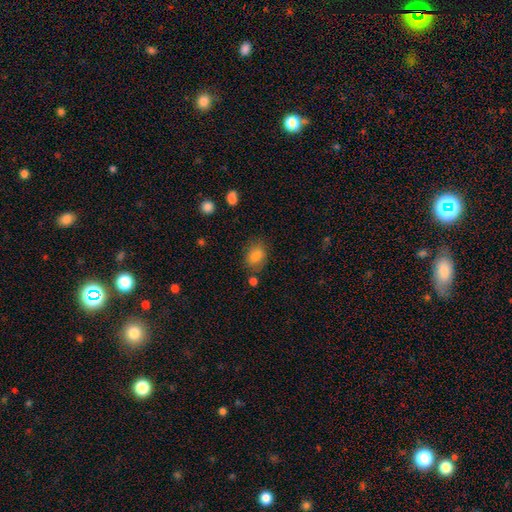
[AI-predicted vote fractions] Overall: smooth (84%). How rounded: in between (69%; round 30%). Merging: none (74%).